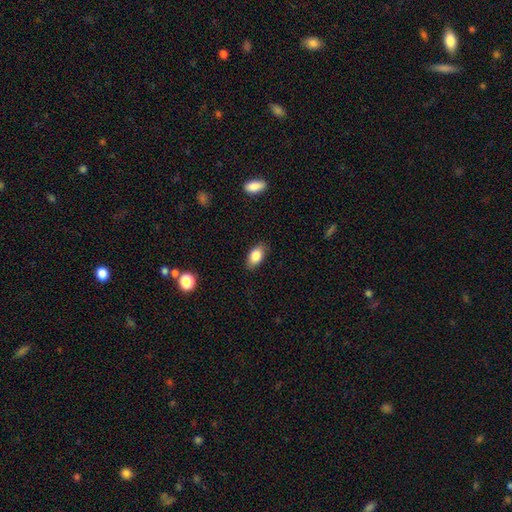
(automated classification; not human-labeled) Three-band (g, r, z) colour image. It shows a smooth galaxy with no disk features (85%) that is in between round and cigar-shaped (91%). Merging: none (84%).